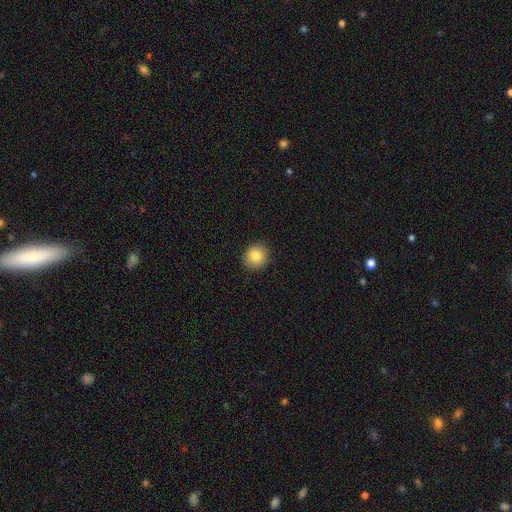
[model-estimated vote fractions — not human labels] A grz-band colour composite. It shows a smooth galaxy with no disk features (84%) that is round (88%). Merging: none (91%).